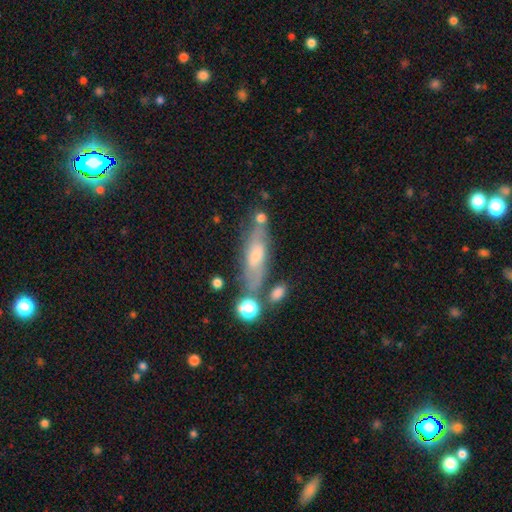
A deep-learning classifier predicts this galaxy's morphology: smooth-or-featured: featured or disk: 53% | smooth: 38% | star or artifact: 9%
  disk-edge-on: no: 60% | yes: 40%
  merging: none: 59% | minor disturbance: 19% | merger: 14% | major disturbance: 8%